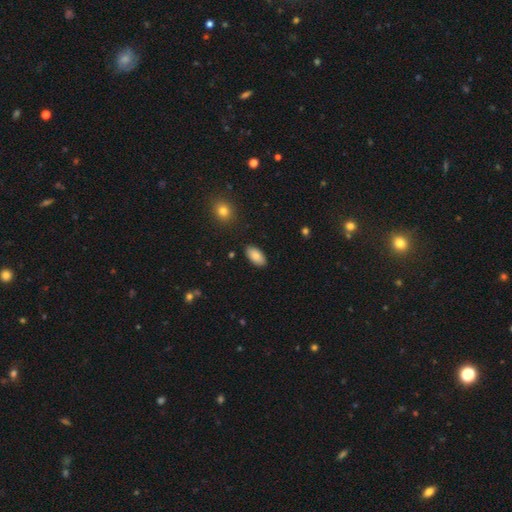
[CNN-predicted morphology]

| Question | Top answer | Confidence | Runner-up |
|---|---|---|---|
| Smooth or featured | smooth | 85% | featured or disk (8%) |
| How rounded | in between | 94% | cigar-shaped (3%) |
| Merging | none | 88% | minor disturbance (9%) |